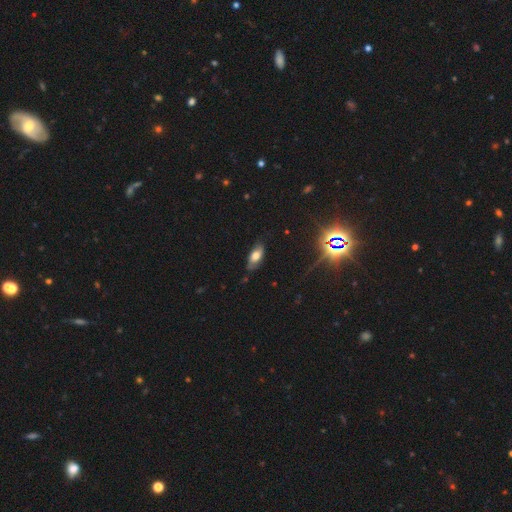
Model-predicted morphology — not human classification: type=smooth (61%); roundness=in between (87%); merging=none (73%).